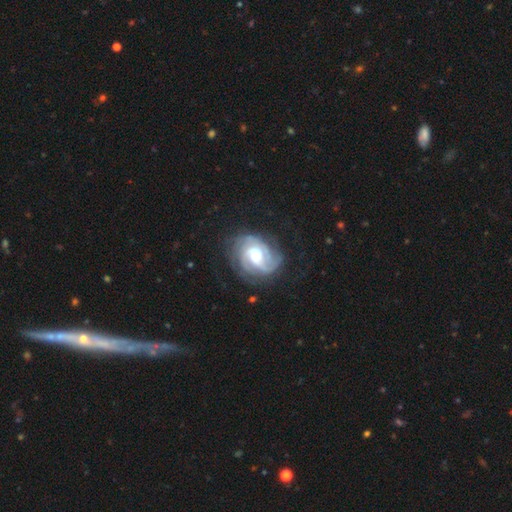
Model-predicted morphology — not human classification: smooth_or_featured: featured or disk (p=0.87) [alt: smooth p=0.08]
disk_edge_on: no (p=0.98) [alt: yes p=0.02]
bar: no (p=0.49) [alt: weak p=0.40]
has_spiral_arms: yes (p=0.97) [alt: no p=0.03]
spiral_winding: tight (p=0.56) [alt: medium p=0.35]
spiral_arm_count: 3 (p=0.31) [alt: 2 p=0.23]
bulge_size: moderate (p=0.59) [alt: large p=0.20]
merging: none (p=0.72) [alt: minor disturbance p=0.18]